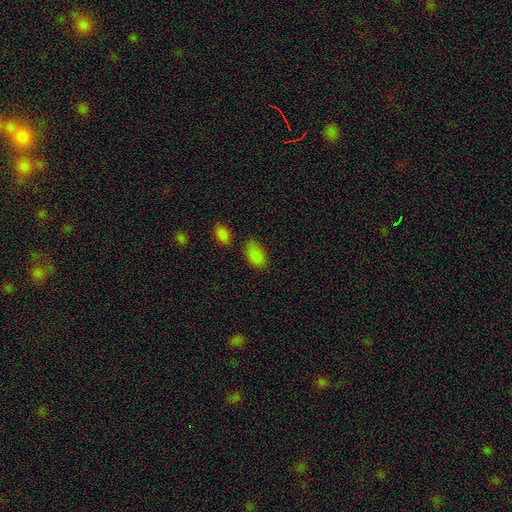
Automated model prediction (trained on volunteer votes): Smooth or featured? Predicted: smooth (p=0.84). How rounded? Predicted: in between (p=0.92). Merging? Predicted: none (p=0.67).